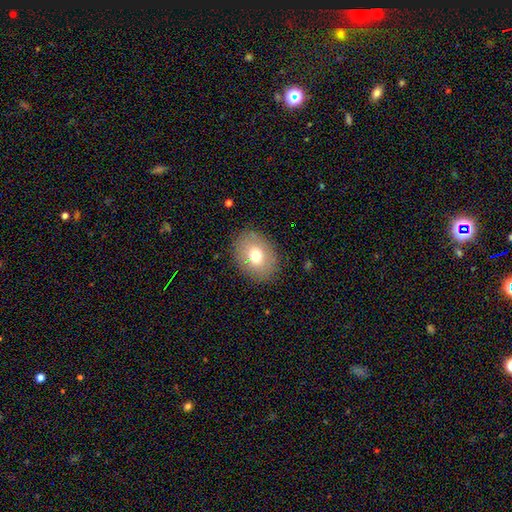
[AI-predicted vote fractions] A smooth galaxy with no disk features (72%) that is in between round and cigar-shaped (62%).

Vote fractions:
- Smooth or featured? smooth: 72% / featured or disk: 18% / star or artifact: 10%
- How rounded? in between: 62% / round: 37% / cigar-shaped: 1%
- Merging? none: 86% / minor disturbance: 10% / major disturbance: 3% / merger: 1%